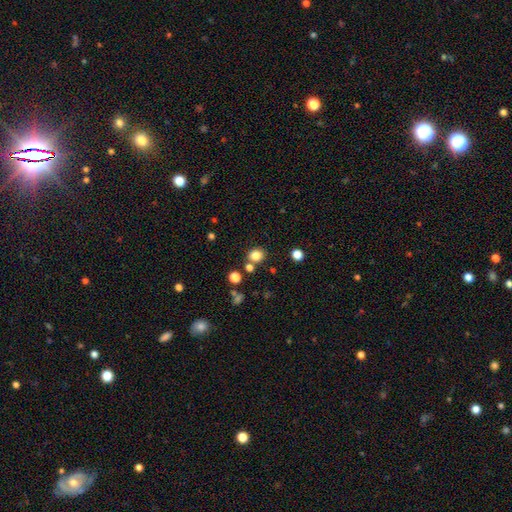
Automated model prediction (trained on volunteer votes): This is clearly a smooth galaxy (82%). How rounded: likely round (74%). Merging: likely none (77%).